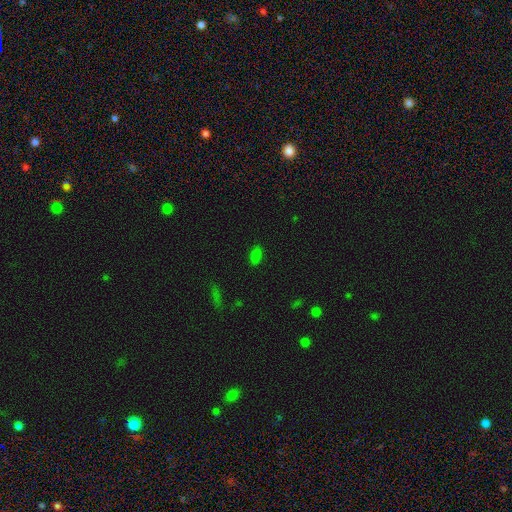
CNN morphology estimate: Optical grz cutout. It shows a smooth galaxy with no disk features (80%) that is in between round and cigar-shaped (90%). Merging: none (86%).